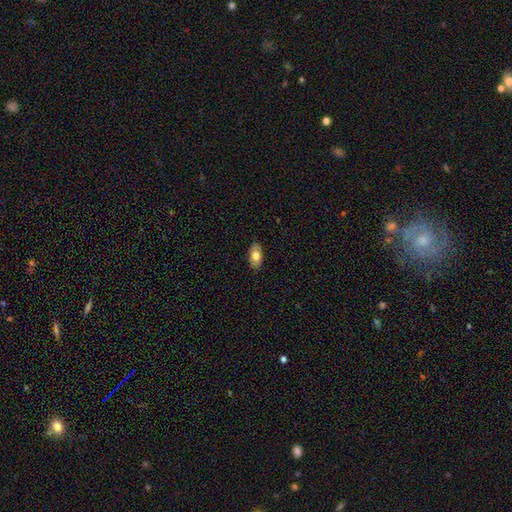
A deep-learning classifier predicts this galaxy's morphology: smooth_or_featured: smooth (p=0.73) [alt: featured or disk p=0.21]
how_rounded: in between (p=0.93) [alt: round p=0.04]
merging: none (p=0.87) [alt: minor disturbance p=0.10]